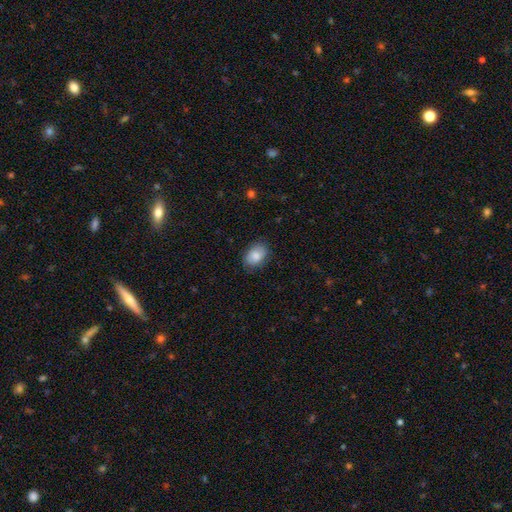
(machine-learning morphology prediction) type=smooth (82%); roundness=in between (79%); merging=none (79%).